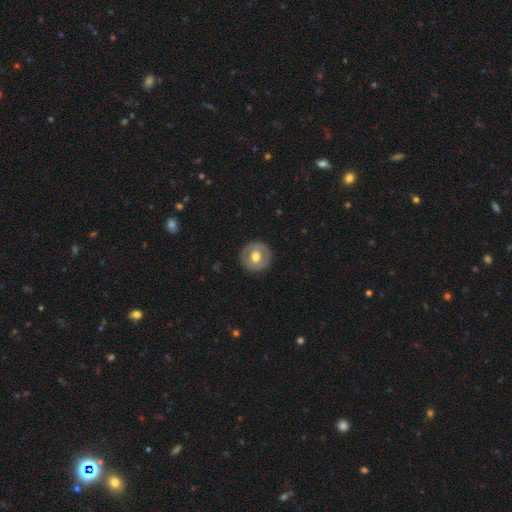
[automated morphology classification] The model was most divided on "smooth or featured": smooth: 53%, featured or disk: 41%, star or artifact: 6%. More confident: how rounded — round (94%); merging — none (89%).